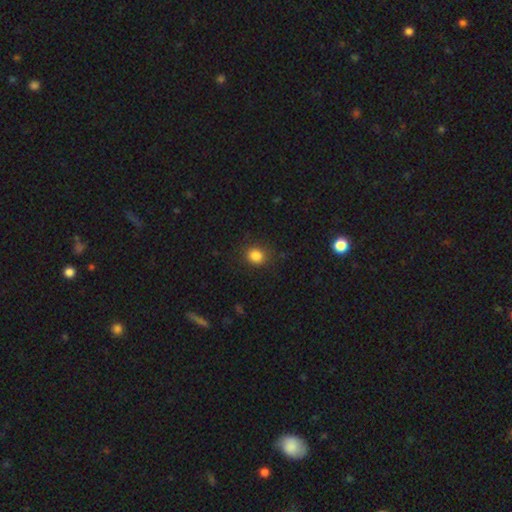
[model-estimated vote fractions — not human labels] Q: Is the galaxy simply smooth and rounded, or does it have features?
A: smooth — 85%.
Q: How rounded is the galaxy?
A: round — 75%.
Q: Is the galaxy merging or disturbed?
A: none — 85%.